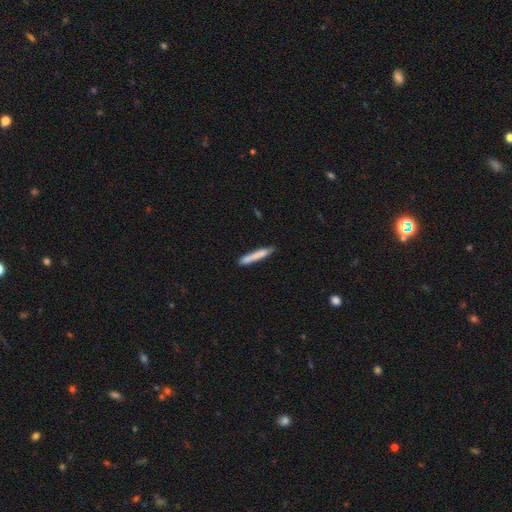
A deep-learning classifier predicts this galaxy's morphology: smooth 76%, featured or disk 18%, star or artifact 6%. Down the decision tree: how rounded — cigar-shaped (95%); merging — none (78%).